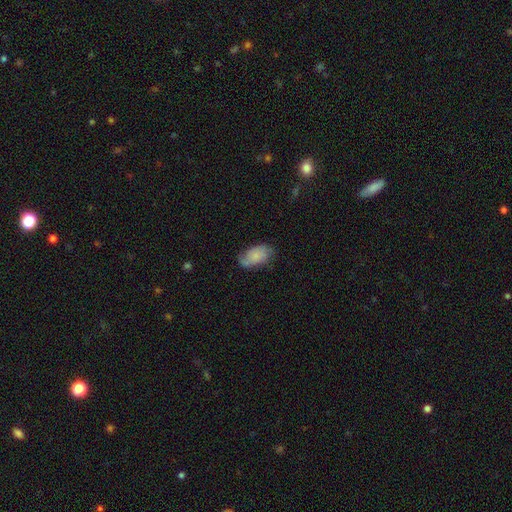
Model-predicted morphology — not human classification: Smooth or featured?
  - smooth: 57% *
  - featured or disk: 36%
  - star or artifact: 8%
How rounded?
  - in between: 92% *
  - round: 6%
  - cigar-shaped: 2%
Merging?
  - none: 60% *
  - minor disturbance: 28%
  - major disturbance: 10%
  - merger: 2%